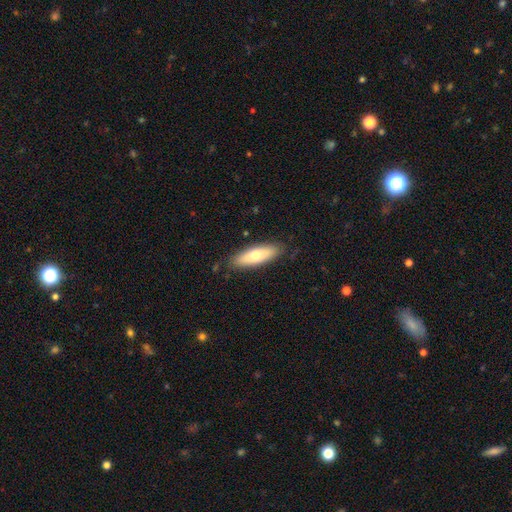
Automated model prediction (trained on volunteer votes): This is likely a smooth galaxy (66%). How rounded: possibly in between (55%). Merging: clearly none (85%).